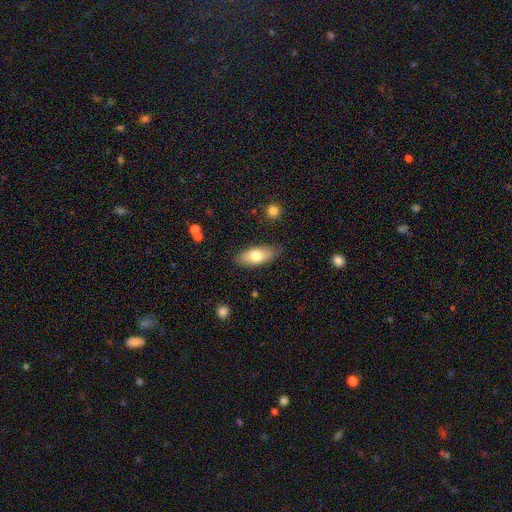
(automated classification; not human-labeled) Overall: smooth (74%). How rounded: in between (82%). Merging: none (82%).